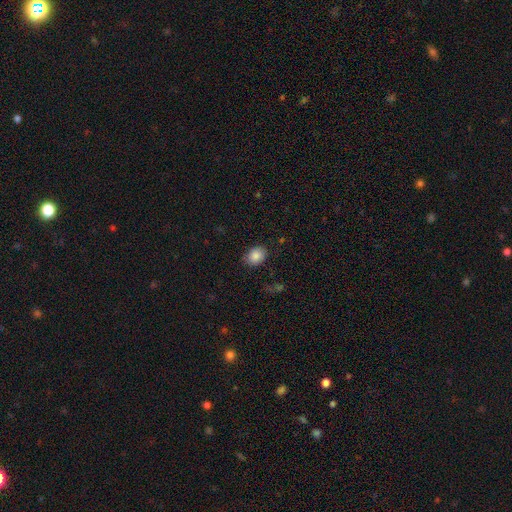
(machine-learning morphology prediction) smooth-or-featured: smooth: 86% | star or artifact: 9% | featured or disk: 6%
  how-rounded: in between: 58% | round: 41% | cigar-shaped: 1%
  merging: none: 81% | minor disturbance: 14% | major disturbance: 4% | merger: 1%